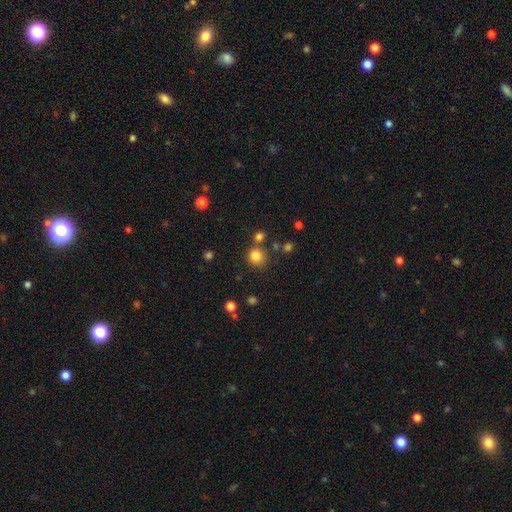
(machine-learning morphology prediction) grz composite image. It shows a smooth galaxy with no disk features (82%) that is round (88%). Merging: none (75%).